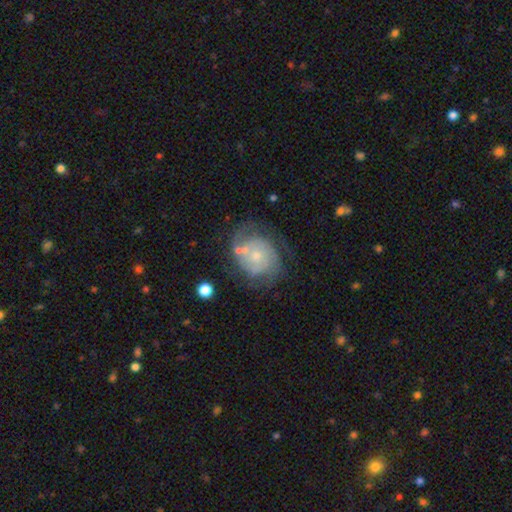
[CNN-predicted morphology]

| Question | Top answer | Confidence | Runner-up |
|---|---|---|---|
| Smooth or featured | featured or disk | 73% | smooth (21%) |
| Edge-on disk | no | 98% | yes (2%) |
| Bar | no | 78% | weak (20%) |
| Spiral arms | yes | 84% | no (16%) |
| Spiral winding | tight | 53% | medium (33%) |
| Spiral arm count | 2 | 38% | can't tell (36%) |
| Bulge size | small | 53% | moderate (39%) |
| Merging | none | 54% | minor disturbance (23%) |